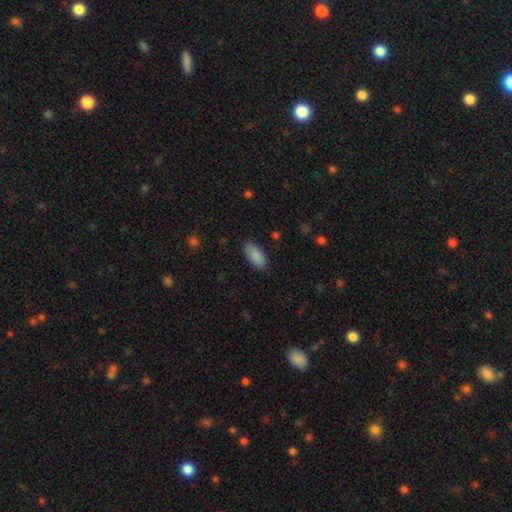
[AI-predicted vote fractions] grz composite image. It shows a smooth galaxy with no disk features (90%) that is in between round and cigar-shaped (88%). Merging: none (86%).